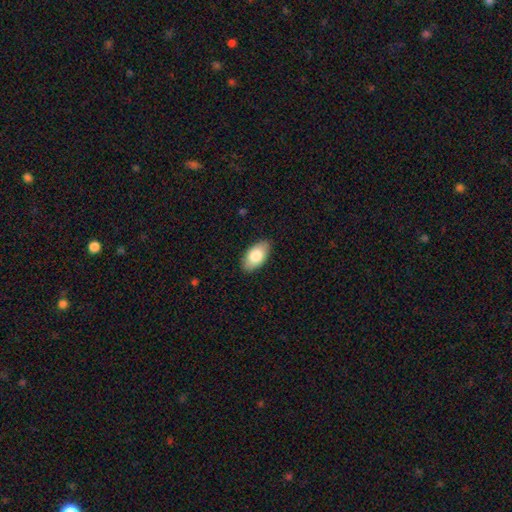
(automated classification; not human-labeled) Smooth or featured? Predicted: smooth (p=0.81). How rounded? Predicted: in between (p=0.95). Merging? Predicted: none (p=0.87).